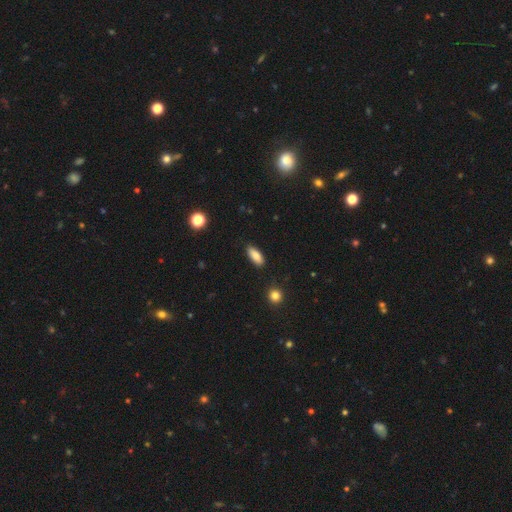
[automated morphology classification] smooth-or-featured: smooth: 84% | featured or disk: 8% | star or artifact: 7%
  how-rounded: in between: 78% | cigar-shaped: 19% | round: 3%
  merging: none: 88% | minor disturbance: 9% | major disturbance: 2% | merger: 1%